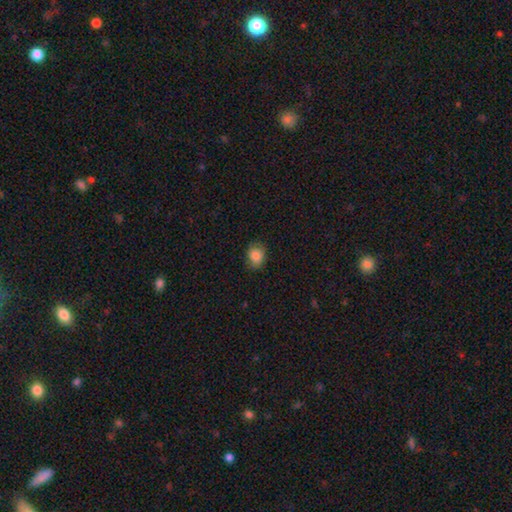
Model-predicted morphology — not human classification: This appears to be a smooth galaxy with no disk features (85%) that is in between round and cigar-shaped (59%). Merging: none (79%).